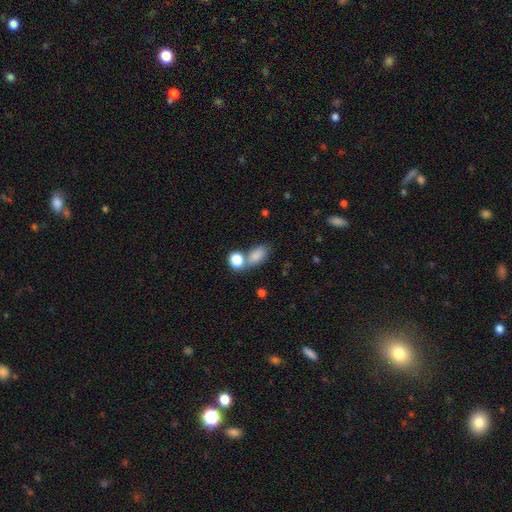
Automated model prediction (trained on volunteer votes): smooth-or-featured: smooth: 82% | star or artifact: 10% | featured or disk: 8%
  how-rounded: in between: 85% | round: 11% | cigar-shaped: 3%
  merging: none: 47% | merger: 34% | minor disturbance: 13% | major disturbance: 6%